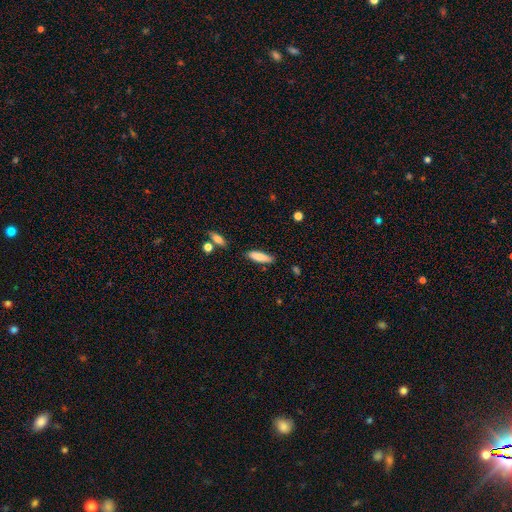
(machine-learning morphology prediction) Overall: smooth (81%). How rounded: cigar-shaped (60%; in between 38%). Merging: none (83%).